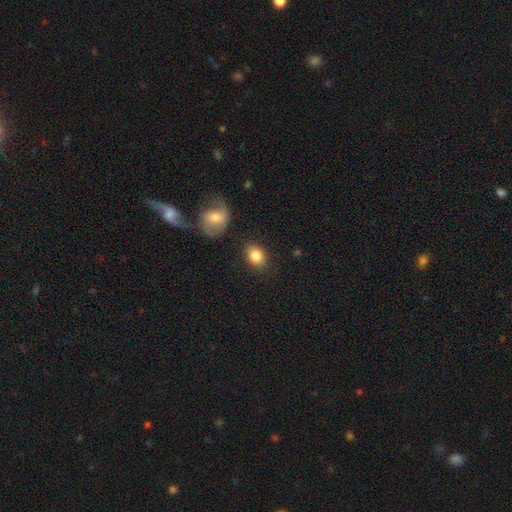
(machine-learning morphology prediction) This is clearly a smooth galaxy (84%). How rounded: likely in between (64%). Merging: clearly none (82%).